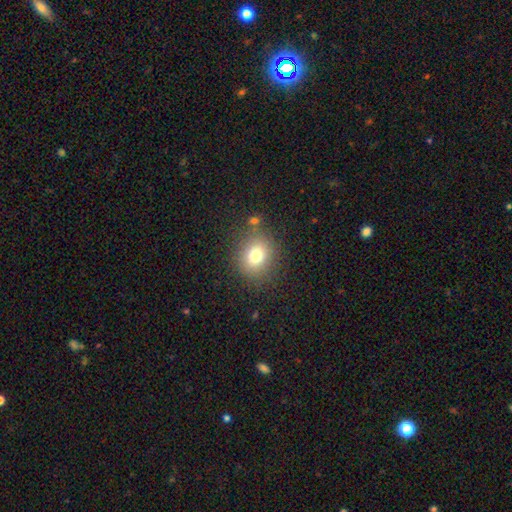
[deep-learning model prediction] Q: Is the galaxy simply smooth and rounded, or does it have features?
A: smooth — 75%.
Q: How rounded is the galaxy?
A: round — 73%.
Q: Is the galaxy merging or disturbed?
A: none — 82%.